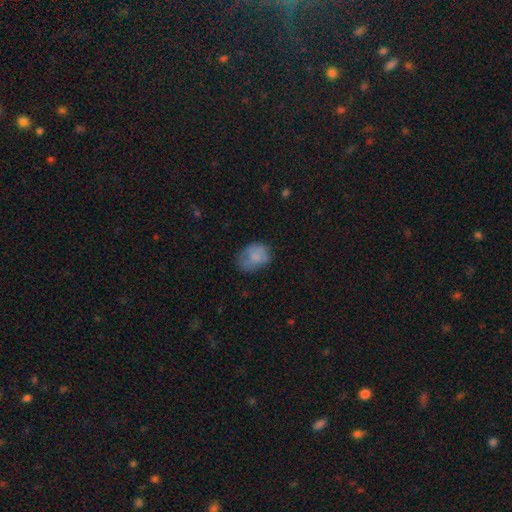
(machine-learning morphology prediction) The model was most divided on "merging": none: 54%, minor disturbance: 30%, major disturbance: 14%, merger: 2%. More confident: smooth or featured — smooth (73%); how rounded — in between (62%).